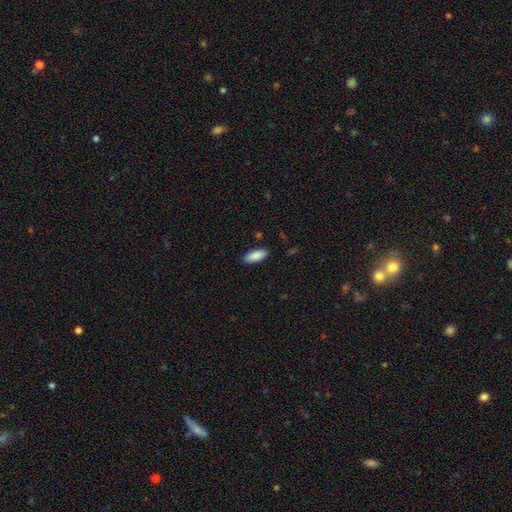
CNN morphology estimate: Overall: smooth (89%). How rounded: in between (79%). Merging: none (88%).